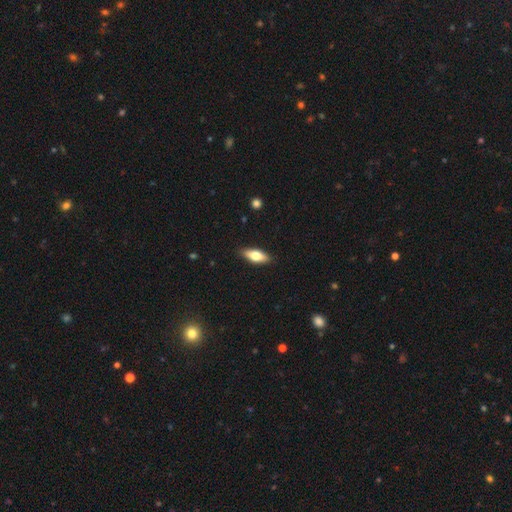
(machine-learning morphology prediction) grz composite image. It shows a smooth galaxy with no disk features (67%) that is in between round and cigar-shaped (71%). Merging: none (89%).